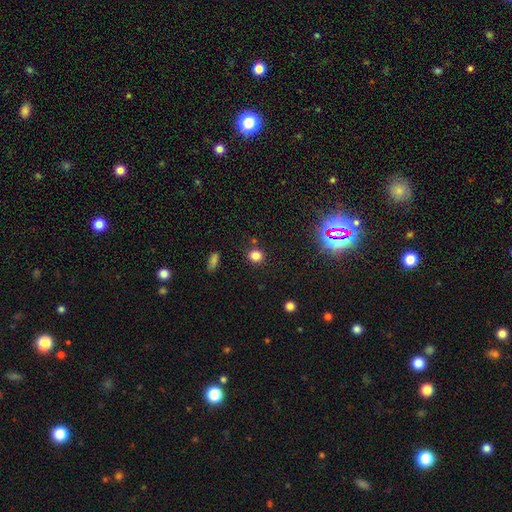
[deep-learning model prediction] A smooth galaxy with no disk features (80%) that is round (77%). Merging: none (84%).